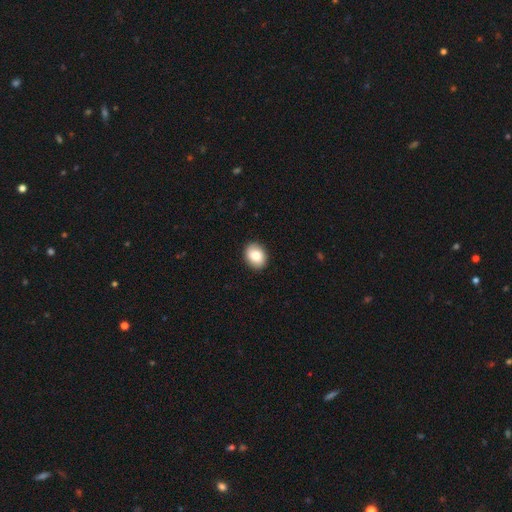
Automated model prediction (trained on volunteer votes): Smooth or featured: smooth — 85% (featured or disk — 8%)
How rounded: in between — 67% (round — 32%)
Merging: none — 89% (minor disturbance — 9%)